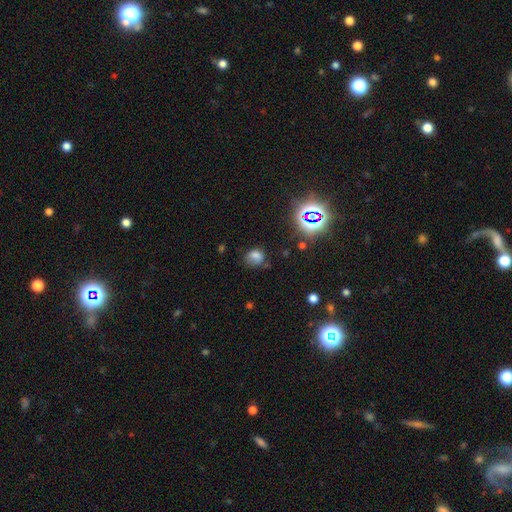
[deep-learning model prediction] This appears to be a smooth galaxy with no disk features (69%) that is round (50%). Merging: none (53%).